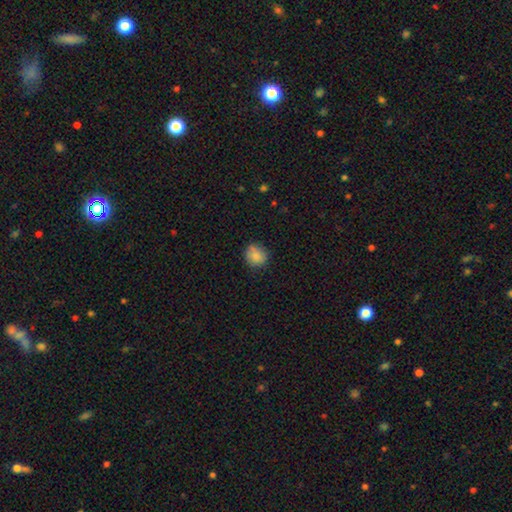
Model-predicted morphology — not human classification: smooth_or_featured: smooth (p=0.83) [alt: star or artifact p=0.09]
how_rounded: round (p=0.83) [alt: in between p=0.16]
merging: none (p=0.76) [alt: minor disturbance p=0.17]